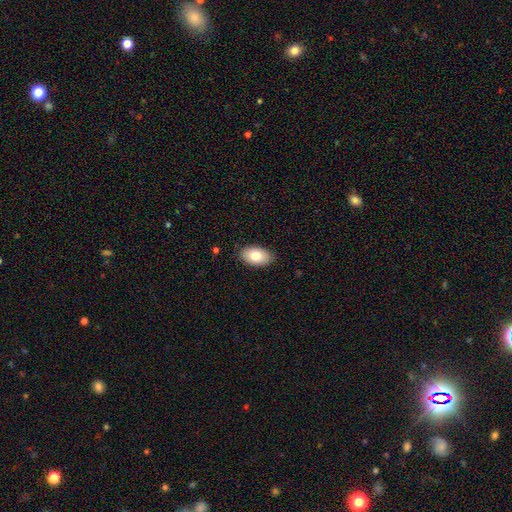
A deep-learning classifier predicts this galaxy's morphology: Smooth or featured?
  - smooth: 79% *
  - featured or disk: 14%
  - star or artifact: 7%
How rounded?
  - in between: 93% *
  - round: 5%
  - cigar-shaped: 1%
Merging?
  - none: 87% *
  - minor disturbance: 10%
  - major disturbance: 2%
  - merger: 1%